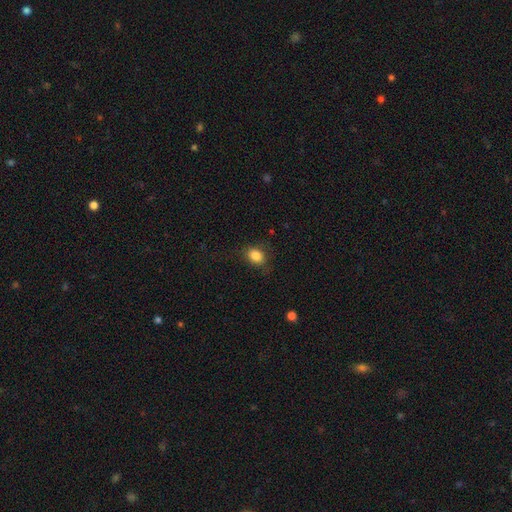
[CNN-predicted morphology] Q: Smooth or featured?
A: smooth (85%); runner-up: star or artifact (10%)
Q: How rounded?
A: in between (62%); runner-up: round (37%)
Q: Merging?
A: none (78%); runner-up: minor disturbance (16%)